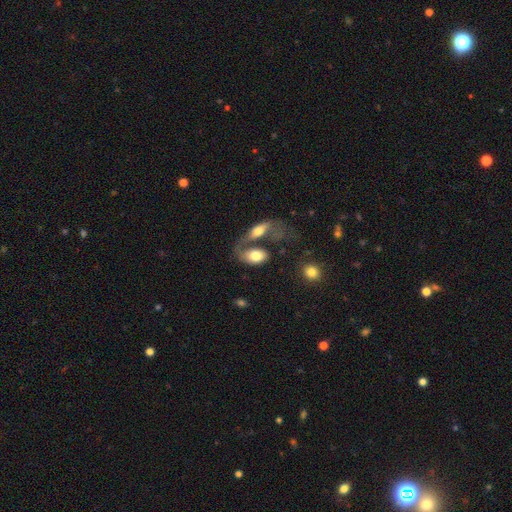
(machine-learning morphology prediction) The model was most divided on "merging": merger: 50%, none: 23%, major disturbance: 16%, minor disturbance: 11%. More confident: how rounded — in between (90%); smooth or featured — smooth (70%).